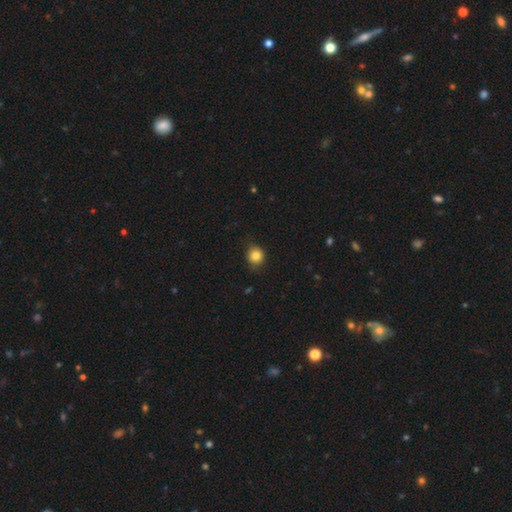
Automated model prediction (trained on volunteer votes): The model was most divided on "how rounded": round: 82%, in between: 17%, cigar-shaped: 1%. More confident: smooth or featured — smooth (84%); merging — none (81%).